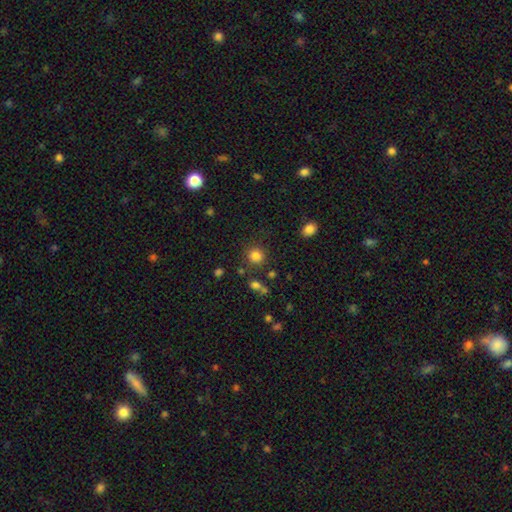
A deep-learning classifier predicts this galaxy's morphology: smooth_or_featured: smooth (p=0.82) [alt: star or artifact p=0.13]
how_rounded: round (p=0.90) [alt: in between p=0.09]
merging: none (p=0.83) [alt: minor disturbance p=0.08]